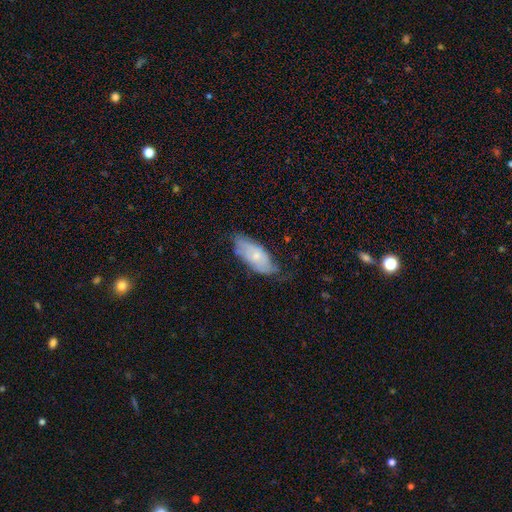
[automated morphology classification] Smooth or featured?
  - smooth: 51% *
  - featured or disk: 42%
  - star or artifact: 7%
How rounded?
  - in between: 85% *
  - cigar-shaped: 13%
  - round: 2%
Merging?
  - none: 52% *
  - minor disturbance: 35%
  - major disturbance: 11%
  - merger: 2%